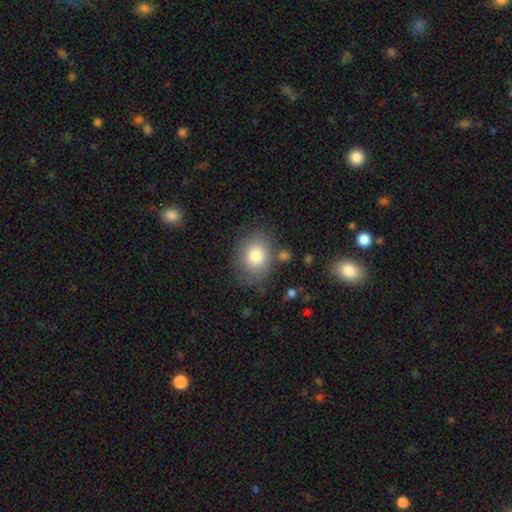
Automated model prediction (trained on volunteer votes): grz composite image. It shows a smooth galaxy with no disk features (80%) that is round (50%). Merging: none (73%).